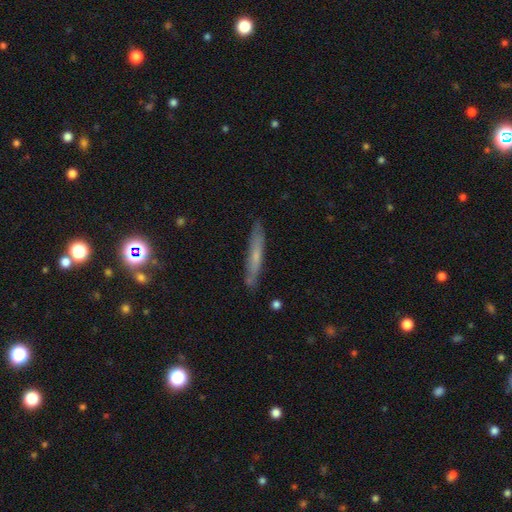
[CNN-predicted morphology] A smooth galaxy with no disk features (48%).

Vote fractions:
- Smooth or featured? smooth: 48% / featured or disk: 45% / star or artifact: 7%
- Merging? none: 84% / minor disturbance: 12% / major disturbance: 2% / merger: 2%